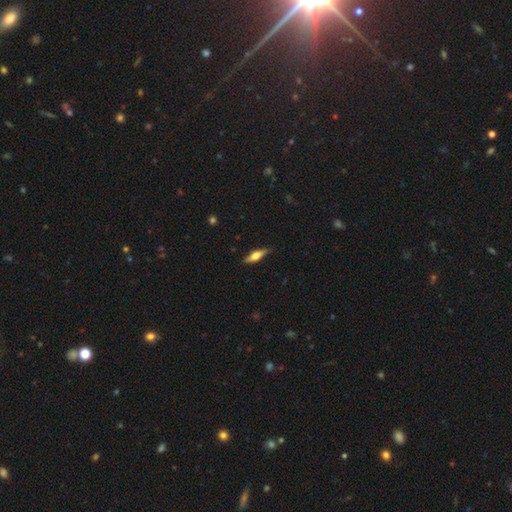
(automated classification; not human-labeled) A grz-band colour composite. It shows a featured or disk galaxy (48%). Merging: none (85%).